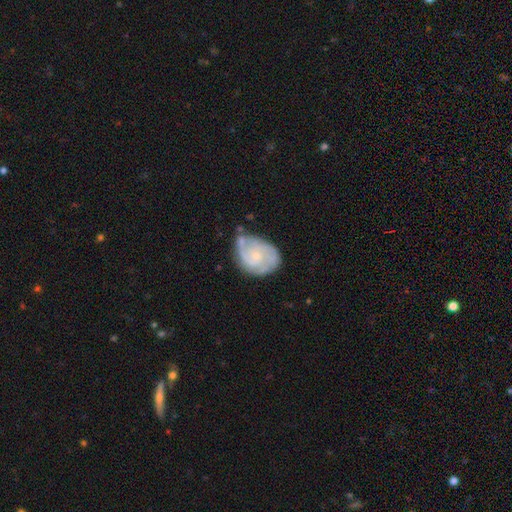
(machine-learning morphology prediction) This appears to be a featured or disk galaxy (74%) with no bar (73%), 2 (35%) tight (50%) spiral arms (89%) and a small central bulge (71%). Merging: none (53%).